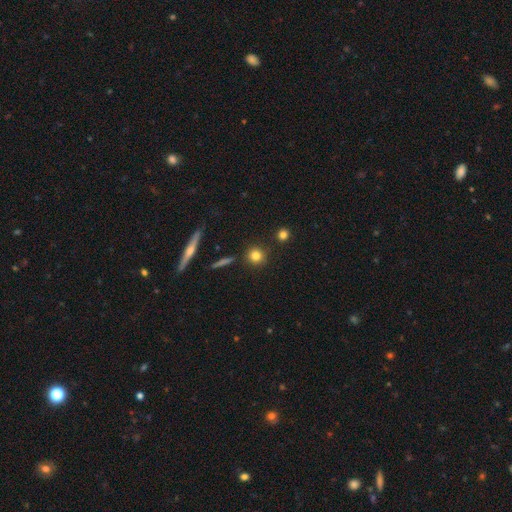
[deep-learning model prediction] smooth_or_featured: smooth (p=0.80) [alt: star or artifact p=0.11]
how_rounded: round (p=0.89) [alt: in between p=0.08]
merging: none (p=0.87) [alt: minor disturbance p=0.07]